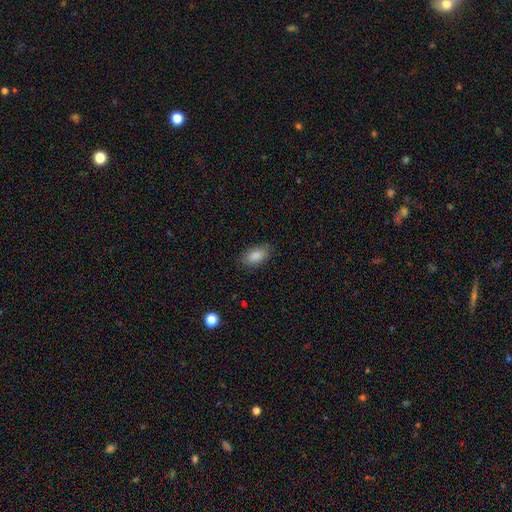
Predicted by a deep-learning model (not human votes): Smooth or featured?
  - smooth: 88% *
  - star or artifact: 7%
  - featured or disk: 5%
How rounded?
  - in between: 92% *
  - round: 5%
  - cigar-shaped: 3%
Merging?
  - none: 84% *
  - minor disturbance: 12%
  - major disturbance: 3%
  - merger: 1%